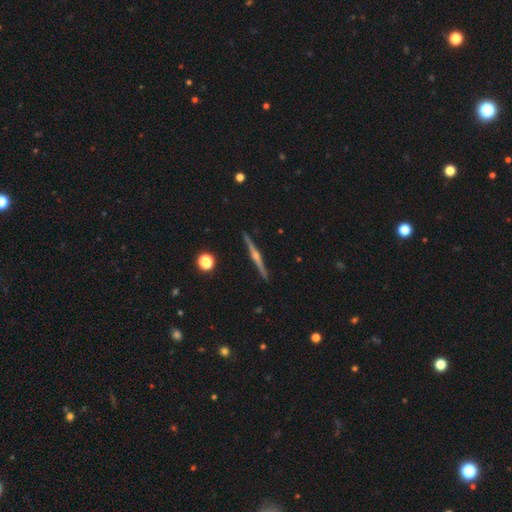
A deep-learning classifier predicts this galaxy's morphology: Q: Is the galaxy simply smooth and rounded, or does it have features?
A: featured or disk — 83%.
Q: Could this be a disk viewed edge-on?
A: yes — 99%.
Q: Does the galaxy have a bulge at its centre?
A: rounded — 89%.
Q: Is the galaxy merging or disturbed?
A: none — 92%.